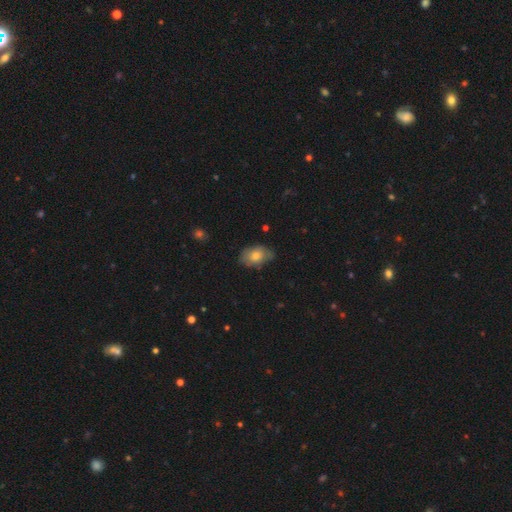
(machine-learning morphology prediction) Smooth or featured: smooth — 70% (featured or disk — 22%)
How rounded: in between — 86% (round — 12%)
Merging: none — 64% (minor disturbance — 28%)